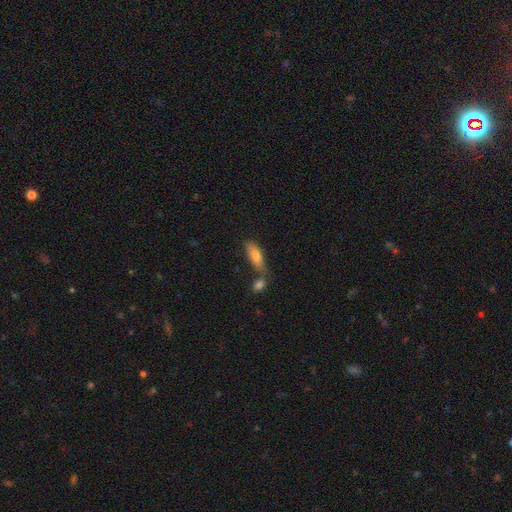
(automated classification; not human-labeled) Smooth or featured? Predicted: smooth (p=0.76). How rounded? Predicted: in between (p=0.65). Merging? Predicted: none (p=0.49).